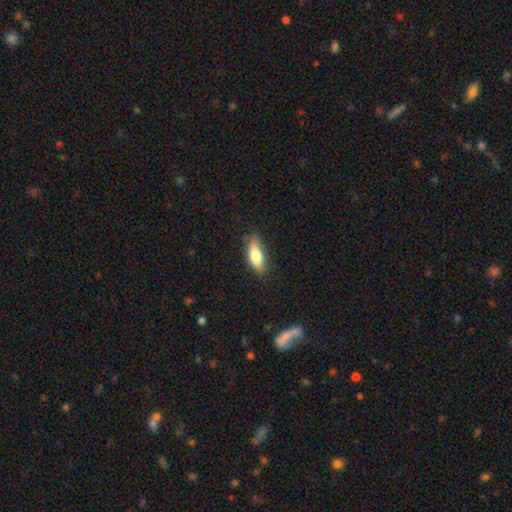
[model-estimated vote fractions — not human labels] Overall: smooth (78%). How rounded: in between (67%; cigar-shaped 31%). Merging: none (81%).